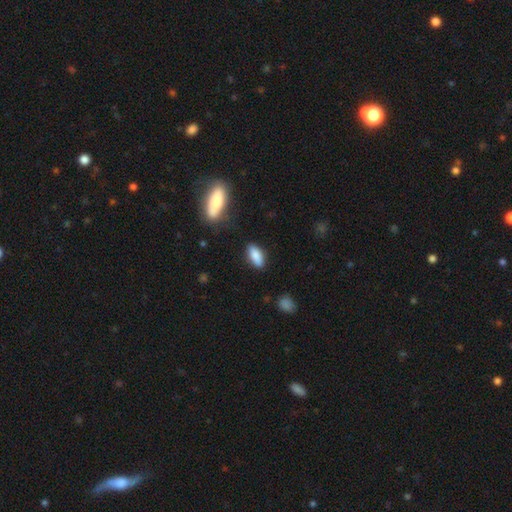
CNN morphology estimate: Overall: smooth (85%). How rounded: in between (80%). Merging: none (83%).